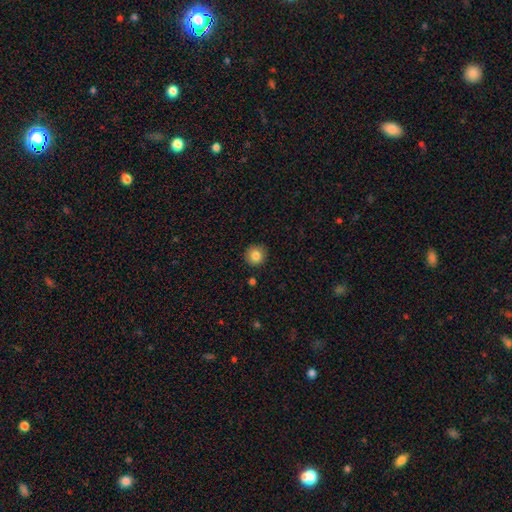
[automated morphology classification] This is clearly a smooth galaxy (85%). How rounded: clearly round (93%). Merging: clearly none (91%).